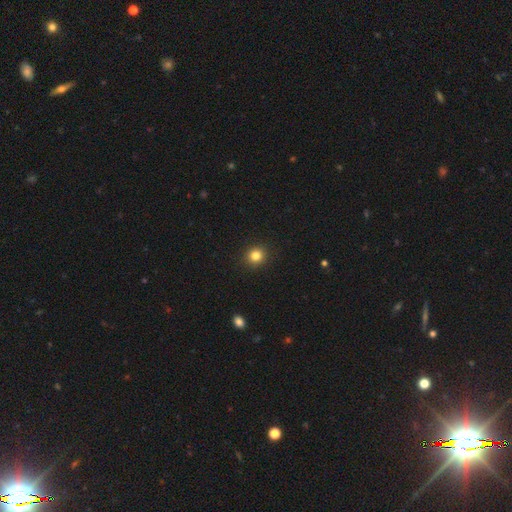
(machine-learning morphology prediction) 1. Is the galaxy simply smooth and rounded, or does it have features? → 83% smooth, 12% star or artifact, 5% featured or disk.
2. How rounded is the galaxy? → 84% round, 15% in between, 1% cigar-shaped.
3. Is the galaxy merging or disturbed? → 91% none, 6% minor disturbance, 2% major disturbance, 1% merger.